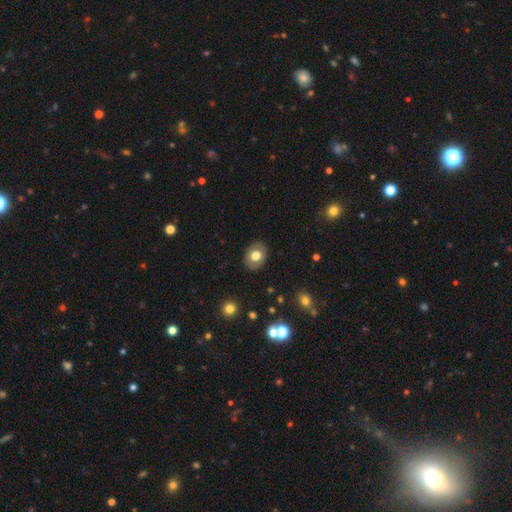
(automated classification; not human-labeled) Smooth or featured?
  - smooth: 69% *
  - featured or disk: 23%
  - star or artifact: 8%
How rounded?
  - in between: 61% *
  - round: 38%
  - cigar-shaped: 1%
Merging?
  - none: 87% *
  - minor disturbance: 9%
  - major disturbance: 3%
  - merger: 1%